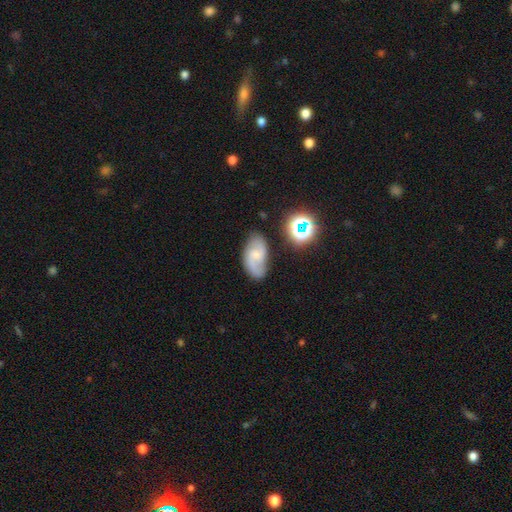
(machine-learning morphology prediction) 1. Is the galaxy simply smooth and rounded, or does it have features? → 67% featured or disk, 23% smooth, 10% star or artifact.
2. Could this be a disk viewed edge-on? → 97% no, 3% yes.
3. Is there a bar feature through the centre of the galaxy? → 48% weak, 43% no, 9% strong.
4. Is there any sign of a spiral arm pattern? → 93% yes, 7% no.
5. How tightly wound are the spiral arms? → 43% medium (tied), 43% loose (tied), 14% tight.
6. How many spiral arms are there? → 84% 2, 7% can't tell, 5% 1, 2% 3, 1% 4, 1% more than 4.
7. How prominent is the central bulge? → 56% small, 26% moderate, 15% none, 2% large, 1% dominant.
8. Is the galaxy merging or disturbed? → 70% none, 20% minor disturbance, 6% major disturbance, 4% merger.